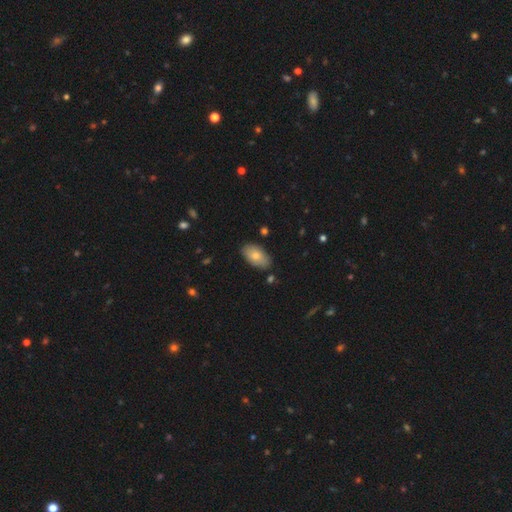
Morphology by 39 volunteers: smooth_or_featured: smooth (p=0.82) [alt: star or artifact p=0.10]
how_rounded: in between (p=0.94) [alt: round p=0.06]
merging: none (p=0.80) [alt: minor disturbance p=0.20]